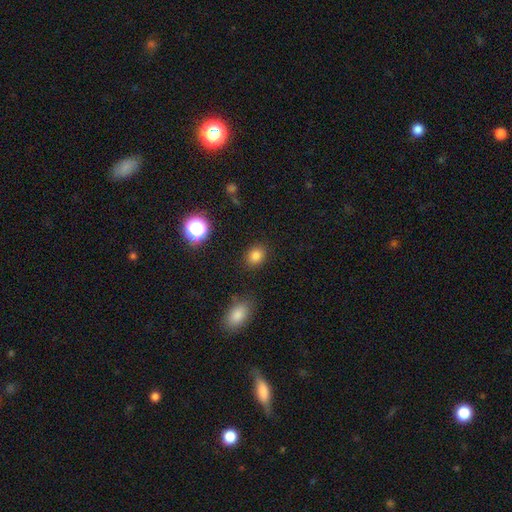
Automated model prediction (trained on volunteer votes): A smooth galaxy with no disk features (82%) that is round (54%).

Vote fractions:
- Smooth or featured? smooth: 82% / star or artifact: 13% / featured or disk: 5%
- How rounded? round: 54% / in between: 45% / cigar-shaped: 1%
- Merging? none: 86% / minor disturbance: 9% / major disturbance: 3% / merger: 2%